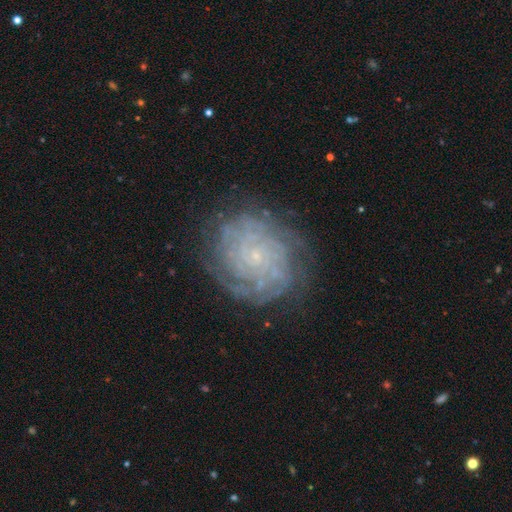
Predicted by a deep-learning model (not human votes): Smooth or featured? Predicted: featured or disk (p=0.78). Edge-on disk? Predicted: no (p=0.97). Bar? Predicted: no (p=0.81). Spiral arms? Predicted: yes (p=0.94). Spiral winding? Predicted: tight (p=0.80). Spiral arm count? Predicted: can't tell (p=0.37). Bulge size? Predicted: small (p=0.87). Merging? Predicted: none (p=0.79).